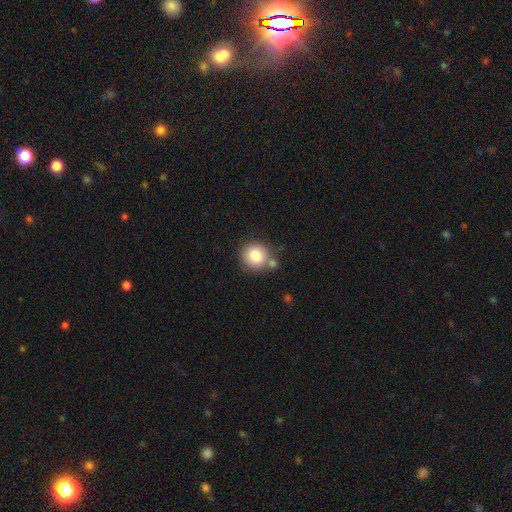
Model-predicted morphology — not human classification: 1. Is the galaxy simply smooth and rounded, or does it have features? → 81% smooth, 10% featured or disk, 9% star or artifact.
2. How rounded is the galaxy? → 87% round, 12% in between, 1% cigar-shaped.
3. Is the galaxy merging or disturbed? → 65% none, 18% merger, 13% minor disturbance, 4% major disturbance.